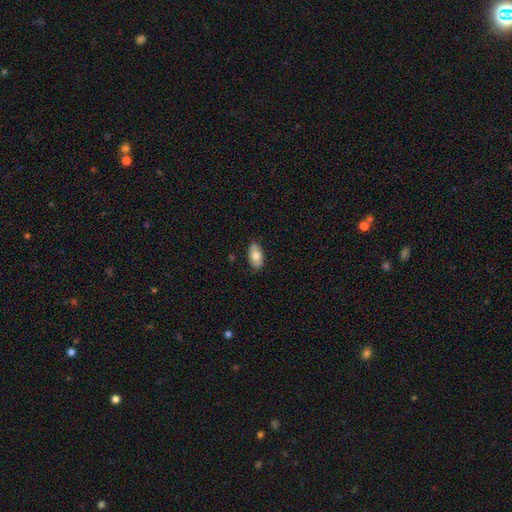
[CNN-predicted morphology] Smooth or featured? Predicted: smooth (p=0.72). How rounded? Predicted: in between (p=0.93). Merging? Predicted: none (p=0.85).